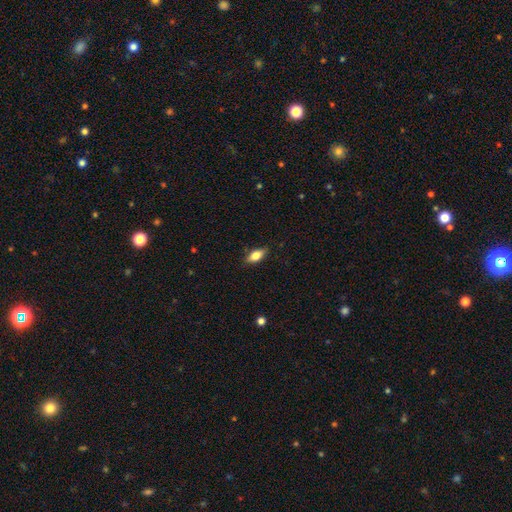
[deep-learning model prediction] Smooth or featured? Predicted: smooth (p=0.74). How rounded? Predicted: in between (p=0.84). Merging? Predicted: none (p=0.85).